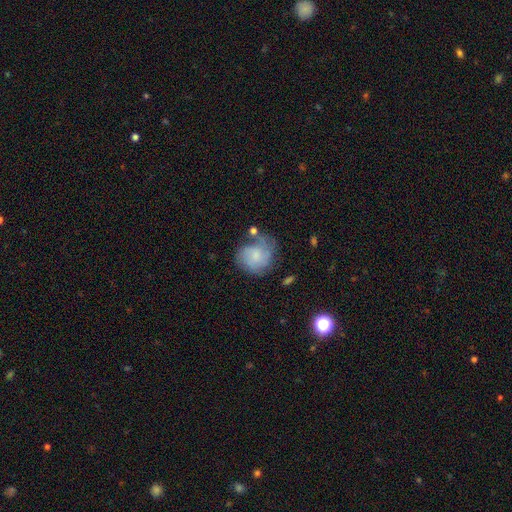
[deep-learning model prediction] This is possibly a smooth galaxy (48%). Merging: marginally none (43%).